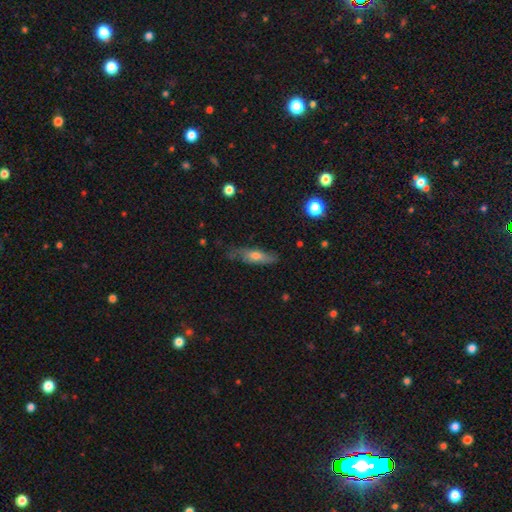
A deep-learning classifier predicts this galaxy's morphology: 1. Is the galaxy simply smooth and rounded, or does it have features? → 56% smooth, 36% featured or disk, 7% star or artifact.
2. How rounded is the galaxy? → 55% cigar-shaped, 42% in between, 3% round.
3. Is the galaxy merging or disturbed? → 66% none, 26% minor disturbance, 7% major disturbance, 2% merger.